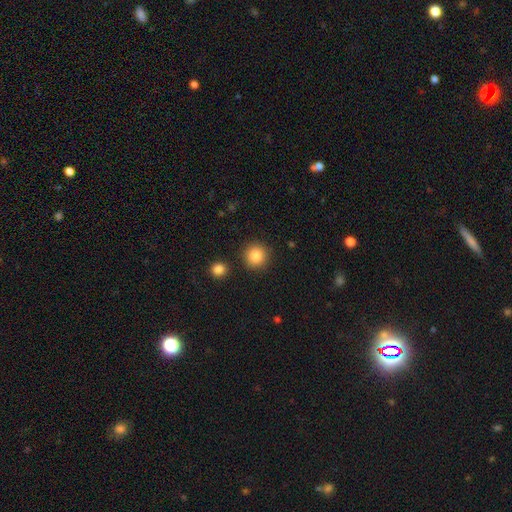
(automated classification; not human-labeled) smooth 86%, star or artifact 9%, featured or disk 5%. Down the decision tree: how rounded — round (94%); merging — none (89%).